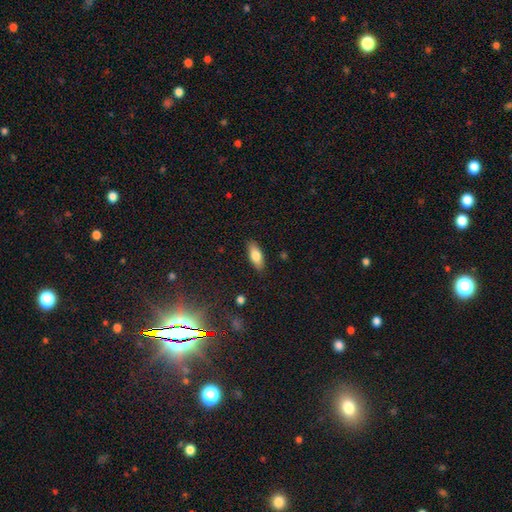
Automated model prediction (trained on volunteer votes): Smooth or featured: smooth — 76% (featured or disk — 17%)
How rounded: in between — 76% (cigar-shaped — 21%)
Merging: none — 87% (minor disturbance — 9%)